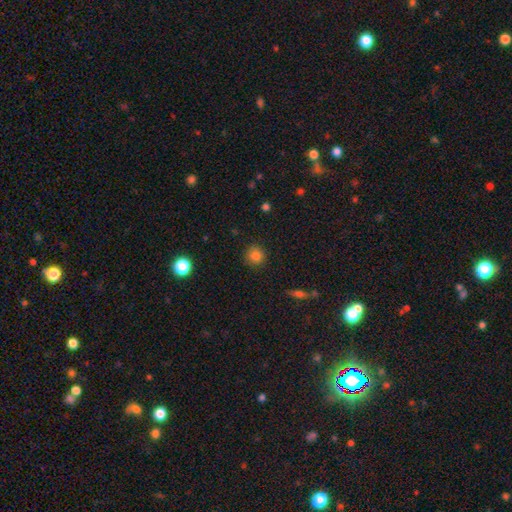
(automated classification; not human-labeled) This is clearly a smooth galaxy (83%). How rounded: clearly round (93%). Merging: clearly none (89%).